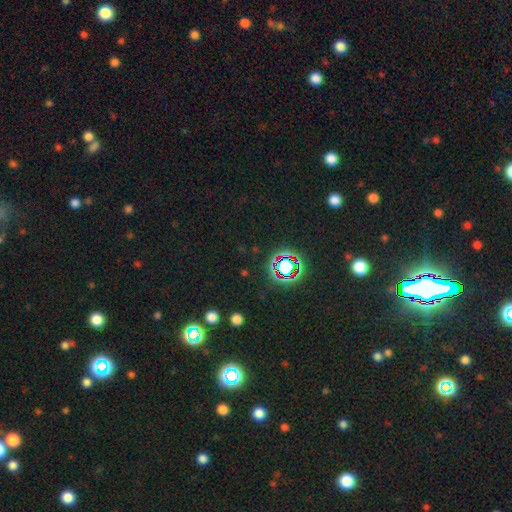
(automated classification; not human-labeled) Smooth or featured?
  - star or artifact: 80% *
  - smooth: 12%
  - featured or disk: 7%